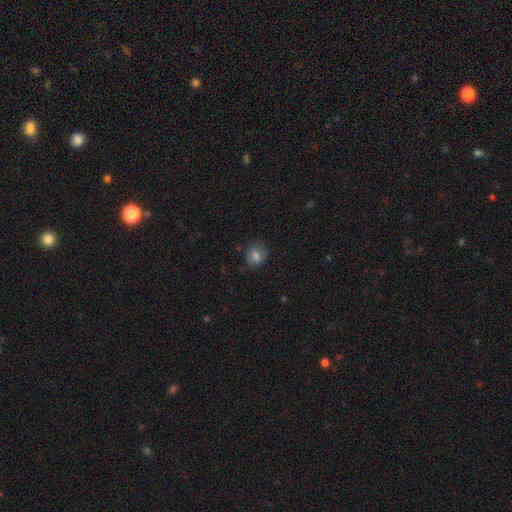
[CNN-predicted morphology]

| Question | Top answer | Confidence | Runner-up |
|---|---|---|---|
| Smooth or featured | smooth | 74% | featured or disk (15%) |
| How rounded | round | 66% | in between (33%) |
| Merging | none | 68% | minor disturbance (22%) |